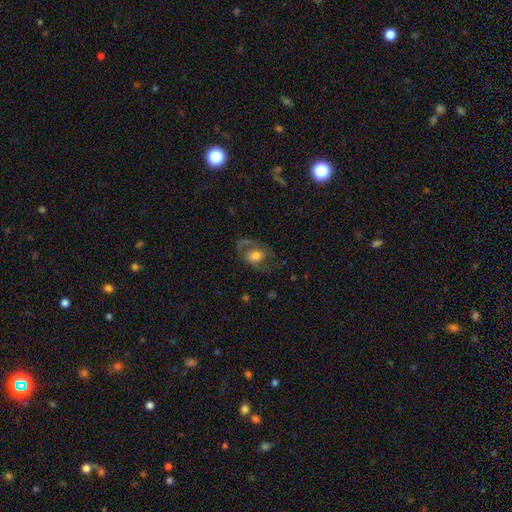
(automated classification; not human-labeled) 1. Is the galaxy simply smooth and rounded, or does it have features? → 53% featured or disk, 38% smooth, 9% star or artifact.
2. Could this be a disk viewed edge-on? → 94% no, 6% yes.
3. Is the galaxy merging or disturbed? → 55% none, 23% major disturbance, 21% minor disturbance, 2% merger.